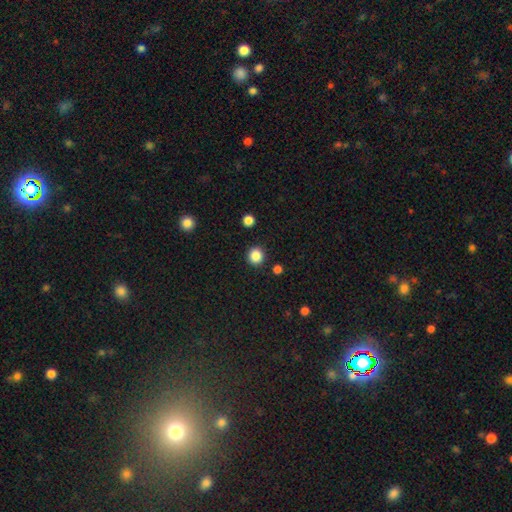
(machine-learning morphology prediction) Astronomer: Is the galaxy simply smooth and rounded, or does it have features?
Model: smooth — 85%.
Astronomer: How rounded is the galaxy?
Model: round — 92%.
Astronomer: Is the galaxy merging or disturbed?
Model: none — 91%.